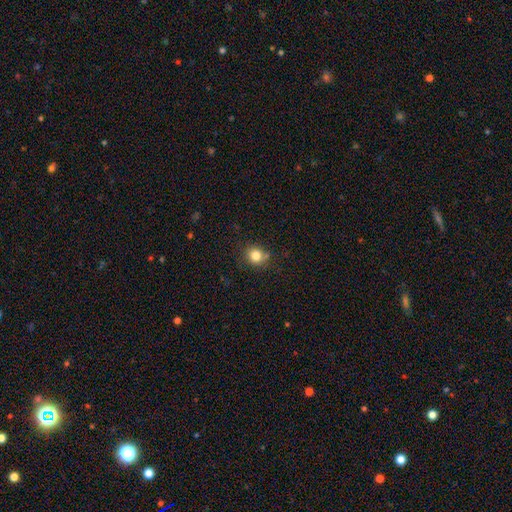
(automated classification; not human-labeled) Smooth or featured? Predicted: smooth (p=0.81). How rounded? Predicted: round (p=0.84). Merging? Predicted: none (p=0.76).